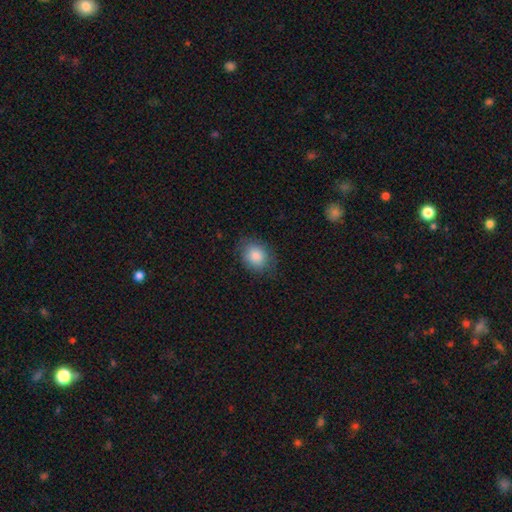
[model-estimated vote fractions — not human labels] A smooth galaxy with no disk features (85%) that is round (56%). Merging: none (79%).